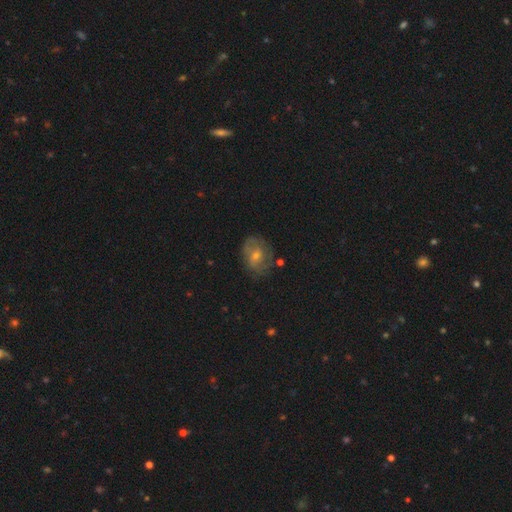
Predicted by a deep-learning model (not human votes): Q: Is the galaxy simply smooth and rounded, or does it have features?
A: featured or disk — 56%.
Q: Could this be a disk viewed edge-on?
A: no — 96%.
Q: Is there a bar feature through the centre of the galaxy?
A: no — 52%.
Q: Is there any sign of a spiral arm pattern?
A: yes — 71%.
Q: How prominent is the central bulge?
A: small — 47%.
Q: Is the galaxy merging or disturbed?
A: none — 70%.